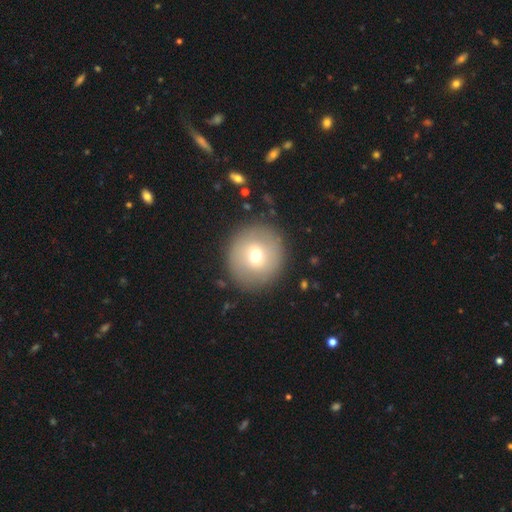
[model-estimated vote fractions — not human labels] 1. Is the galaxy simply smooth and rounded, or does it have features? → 66% smooth, 24% featured or disk, 10% star or artifact.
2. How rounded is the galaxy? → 94% round, 5% in between, 1% cigar-shaped.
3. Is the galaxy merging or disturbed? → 88% none, 7% minor disturbance, 3% major disturbance, 1% merger.